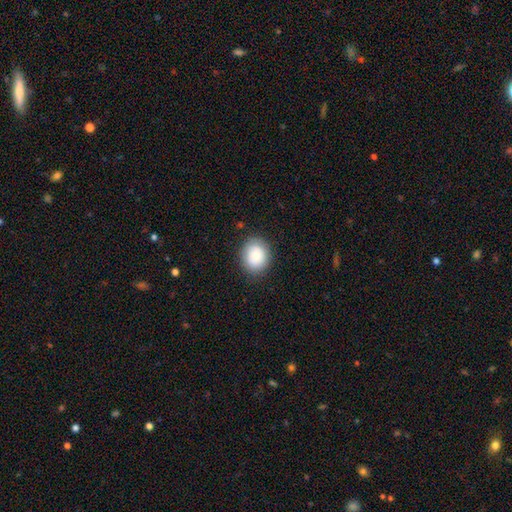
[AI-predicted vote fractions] Smooth or featured?
  - smooth: 84% *
  - featured or disk: 8%
  - star or artifact: 8%
How rounded?
  - round: 63% *
  - in between: 36%
  - cigar-shaped: 1%
Merging?
  - none: 86% *
  - minor disturbance: 10%
  - major disturbance: 3%
  - merger: 1%